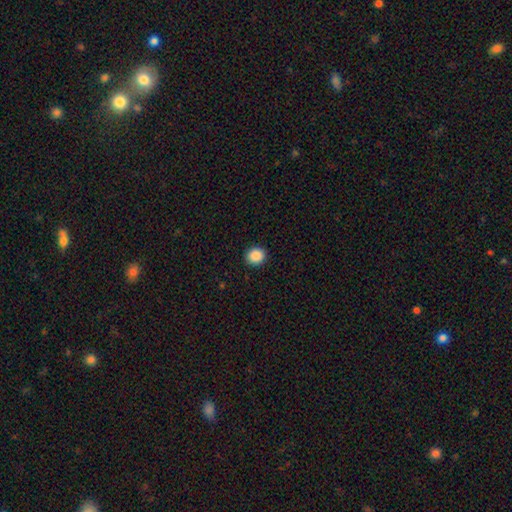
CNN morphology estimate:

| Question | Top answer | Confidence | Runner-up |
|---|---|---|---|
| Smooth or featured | smooth | 89% | star or artifact (9%) |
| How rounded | round | 80% | in between (19%) |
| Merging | none | 92% | minor disturbance (6%) |